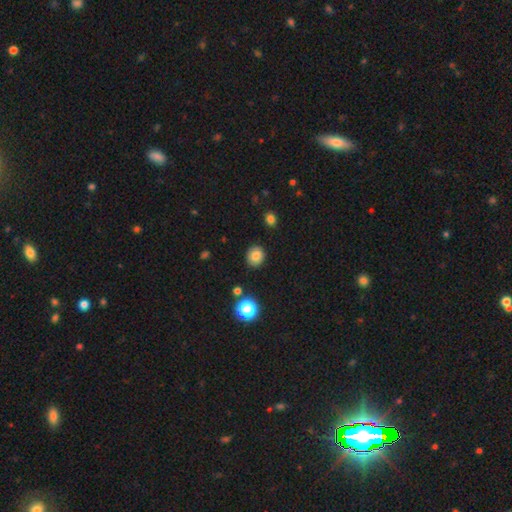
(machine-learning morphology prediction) smooth_or_featured: smooth (p=0.81) [alt: star or artifact p=0.12]
how_rounded: round (p=0.75) [alt: in between p=0.24]
merging: none (p=0.88) [alt: minor disturbance p=0.09]